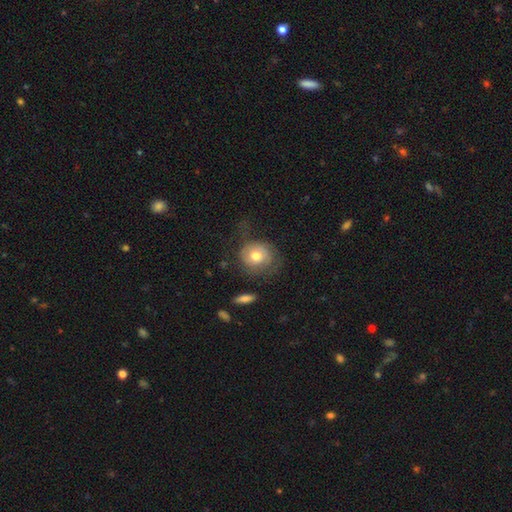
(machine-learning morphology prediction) Smooth or featured? Predicted: smooth (p=0.64). How rounded? Predicted: round (p=0.77). Merging? Predicted: none (p=0.52).